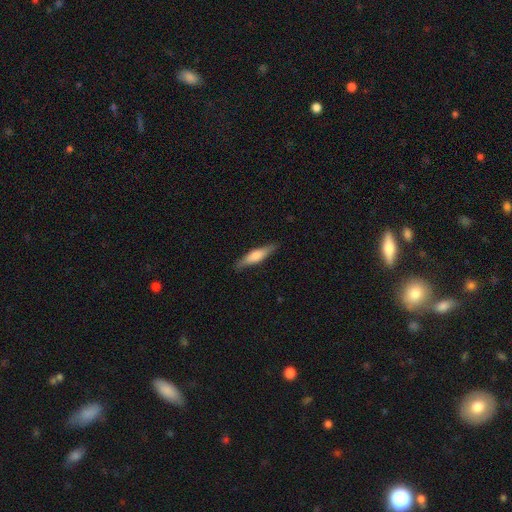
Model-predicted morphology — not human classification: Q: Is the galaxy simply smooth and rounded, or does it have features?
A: smooth — 62%.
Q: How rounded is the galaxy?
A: cigar-shaped — 73%.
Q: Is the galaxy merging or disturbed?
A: none — 85%.